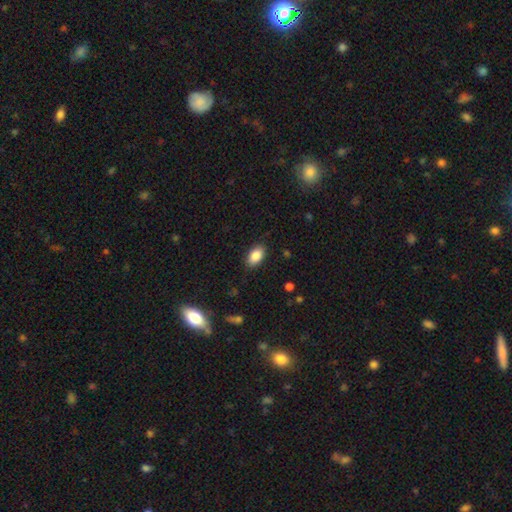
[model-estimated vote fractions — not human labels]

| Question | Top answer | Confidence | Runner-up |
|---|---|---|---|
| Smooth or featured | smooth | 87% | star or artifact (7%) |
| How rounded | in between | 92% | round (6%) |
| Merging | none | 86% | minor disturbance (11%) |